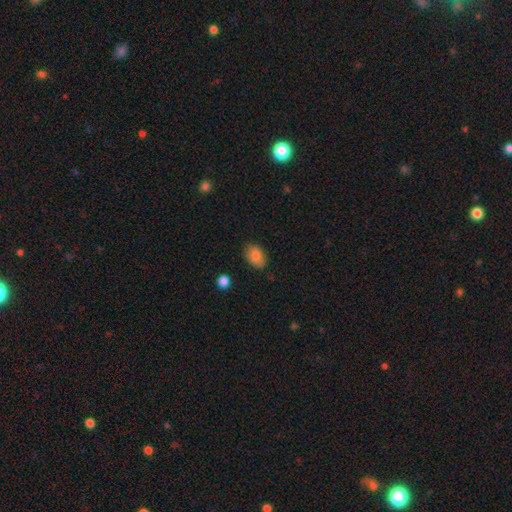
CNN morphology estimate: A smooth galaxy with no disk features (85%) that is in between round and cigar-shaped (85%). Merging: none (81%).